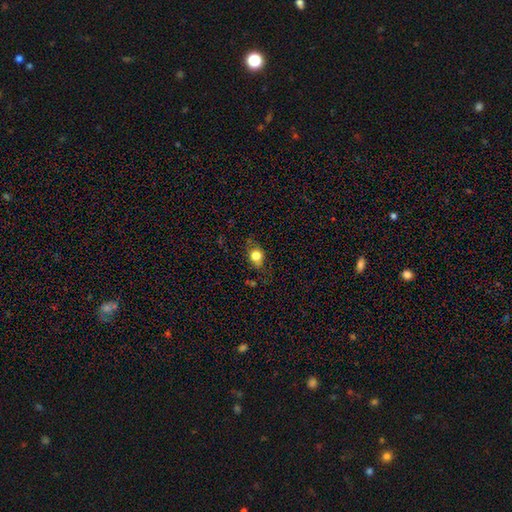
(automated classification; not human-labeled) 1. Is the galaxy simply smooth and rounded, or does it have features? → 76% smooth, 14% featured or disk, 11% star or artifact.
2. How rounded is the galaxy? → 53% round, 45% in between, 3% cigar-shaped.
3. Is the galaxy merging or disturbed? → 71% none, 21% minor disturbance, 7% major disturbance, 2% merger.